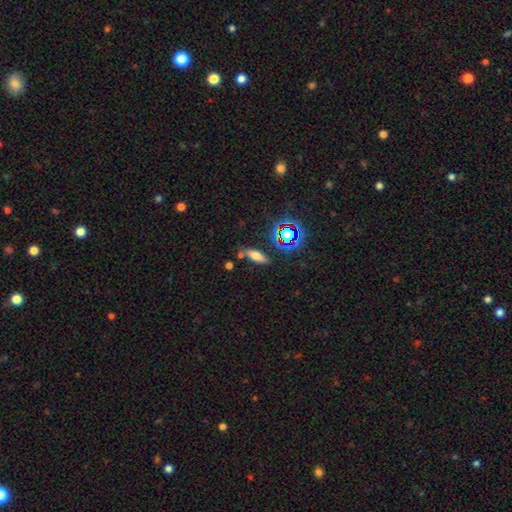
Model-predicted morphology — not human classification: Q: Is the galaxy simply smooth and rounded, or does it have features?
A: smooth — 63%.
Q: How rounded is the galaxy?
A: in between — 56%.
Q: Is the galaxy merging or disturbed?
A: none — 73%.